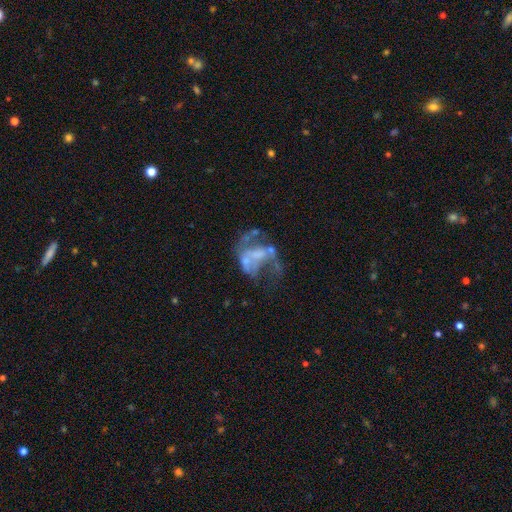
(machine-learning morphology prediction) Smooth or featured? featured or disk (68%)
Edge-on disk? no (98%)
Bar? no (71%)
Spiral arms? no (71%)
Bulge size? none (62%)
Merging? major disturbance (44%)